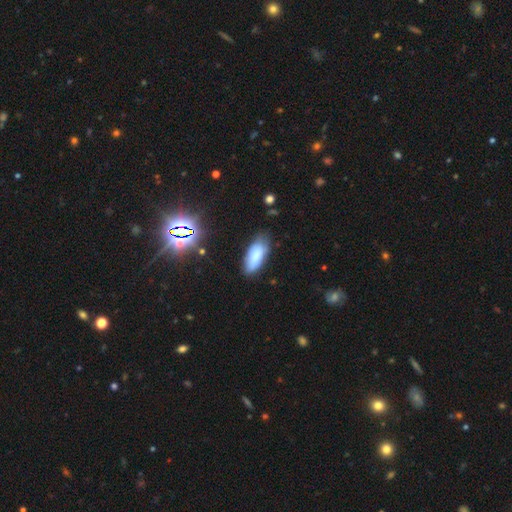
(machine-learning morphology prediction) type=smooth (82%); roundness=in between (85%); merging=none (70%).